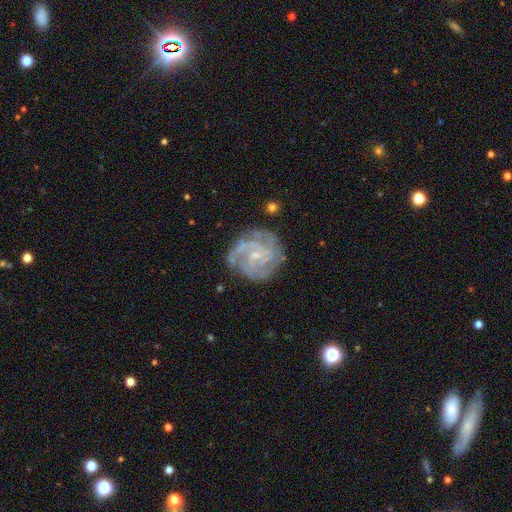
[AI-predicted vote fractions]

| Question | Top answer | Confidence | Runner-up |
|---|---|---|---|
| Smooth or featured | featured or disk | 87% | smooth (7%) |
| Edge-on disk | no | 98% | yes (2%) |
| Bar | no | 56% | weak (36%) |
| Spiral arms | yes | 96% | no (4%) |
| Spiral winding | tight | 64% | medium (31%) |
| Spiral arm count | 3 | 29% | 4 (24%) |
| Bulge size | small | 77% | moderate (15%) |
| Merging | none | 75% | minor disturbance (17%) |